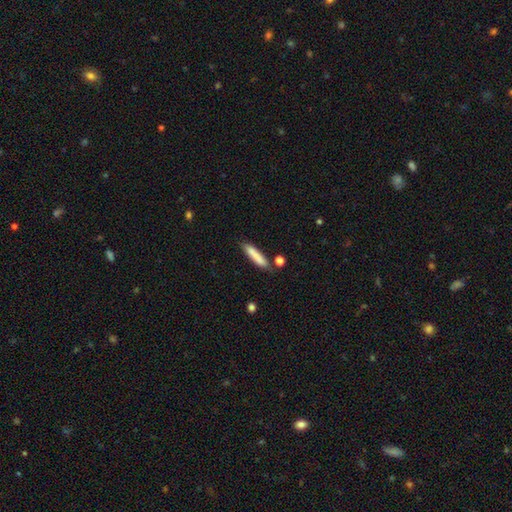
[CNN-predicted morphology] type=smooth (81%); roundness=cigar-shaped (87%); merging=none (76%).